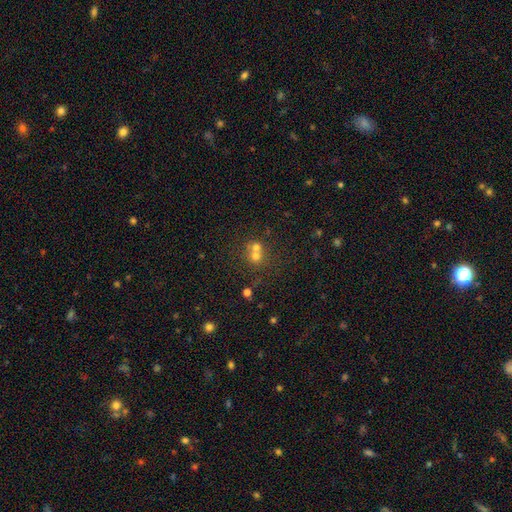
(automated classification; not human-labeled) A smooth galaxy with no disk features (63%) that is round (82%).

Vote fractions:
- Smooth or featured? smooth: 63% / star or artifact: 19% / featured or disk: 18%
- How rounded? round: 82% / in between: 17% / cigar-shaped: 1%
- Merging? merger: 55% / none: 36% / minor disturbance: 5% / major disturbance: 3%